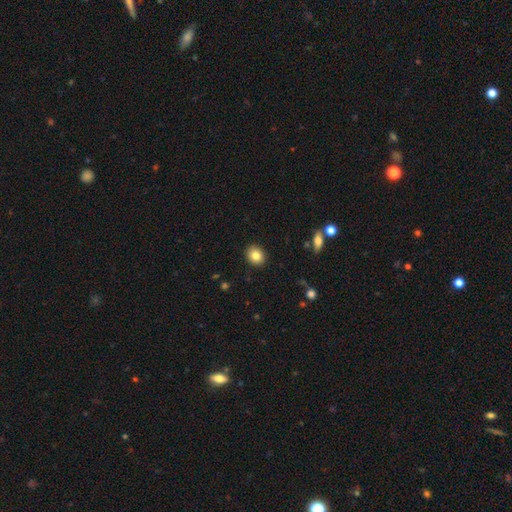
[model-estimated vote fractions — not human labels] Smooth or featured? Predicted: smooth (p=0.83). How rounded? Predicted: round (p=0.63). Merging? Predicted: none (p=0.91).